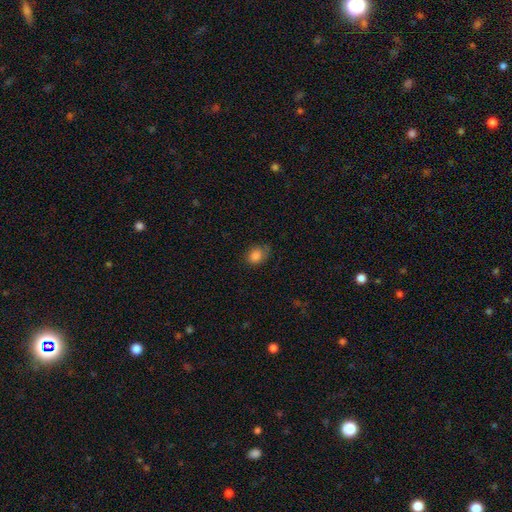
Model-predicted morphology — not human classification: smooth_or_featured: smooth (p=0.84) [alt: star or artifact p=0.10]
how_rounded: in between (p=0.57) [alt: round p=0.42]
merging: none (p=0.65) [alt: minor disturbance p=0.27]